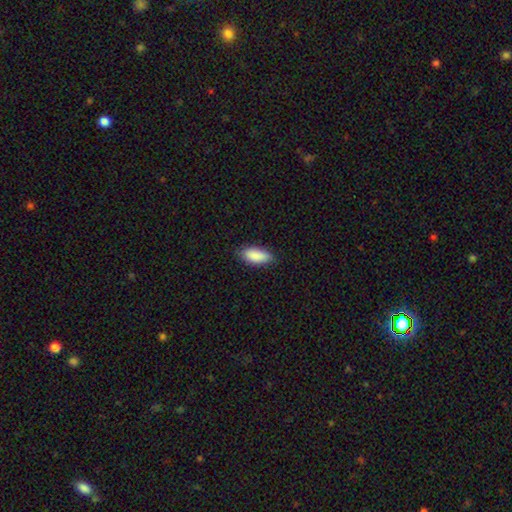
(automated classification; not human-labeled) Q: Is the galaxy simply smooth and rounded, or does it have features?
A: smooth — 90%.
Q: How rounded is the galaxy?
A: in between — 83%.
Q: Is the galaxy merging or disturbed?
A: none — 85%.